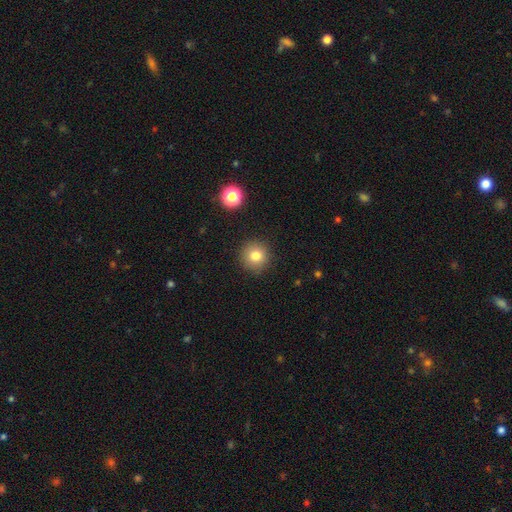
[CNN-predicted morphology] Q: Smooth or featured?
A: smooth (80%); runner-up: star or artifact (12%)
Q: How rounded?
A: round (94%); runner-up: in between (5%)
Q: Merging?
A: none (90%); runner-up: minor disturbance (7%)